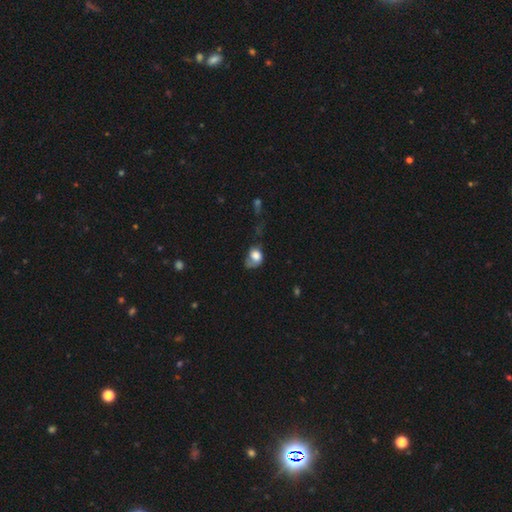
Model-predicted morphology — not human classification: Smooth or featured?
  - smooth: 72% *
  - featured or disk: 19%
  - star or artifact: 9%
How rounded?
  - in between: 60% *
  - round: 39%
  - cigar-shaped: 1%
Merging?
  - major disturbance: 44% *
  - minor disturbance: 28%
  - none: 22%
  - merger: 5%